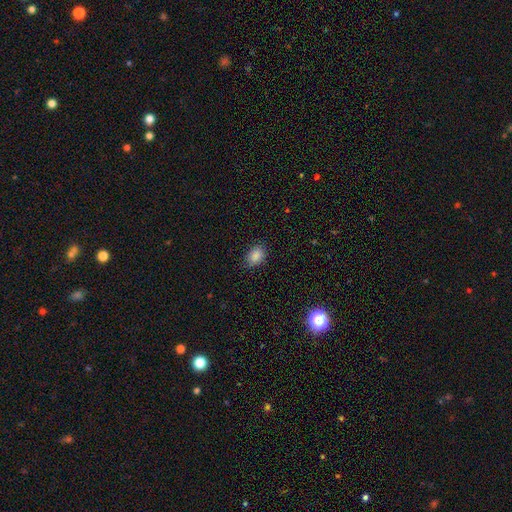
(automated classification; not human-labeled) Smooth or featured? Predicted: smooth (p=0.86). How rounded? Predicted: in between (p=0.77). Merging? Predicted: none (p=0.80).